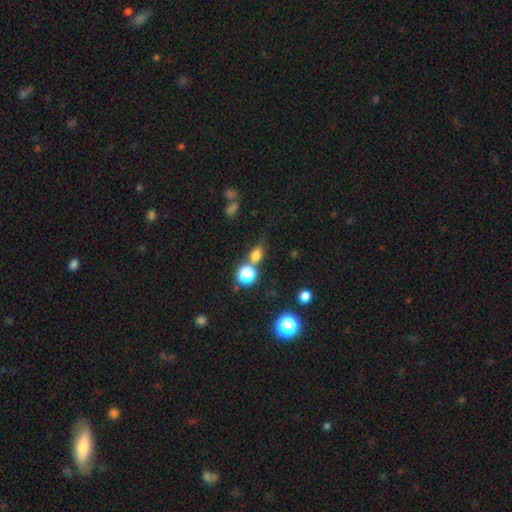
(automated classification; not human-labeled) Smooth or featured? Predicted: smooth (p=0.74). How rounded? Predicted: round (p=0.55). Merging? Predicted: none (p=0.57).